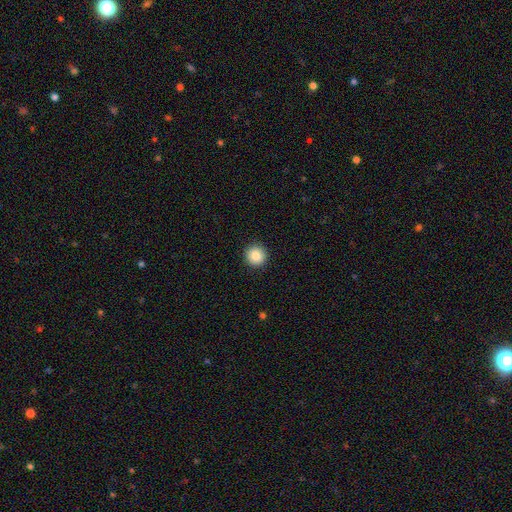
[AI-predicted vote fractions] Smooth or featured: smooth — 86% (star or artifact — 9%)
How rounded: round — 95% (in between — 4%)
Merging: none — 93% (minor disturbance — 5%)